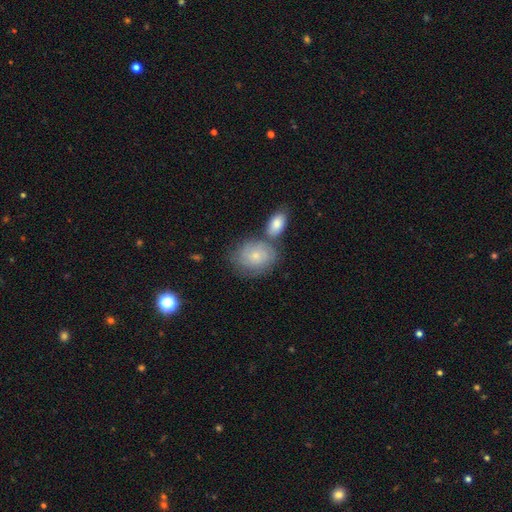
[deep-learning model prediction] smooth 56%, featured or disk 37%, star or artifact 8%. Down the decision tree: how rounded — in between (54%); merging — none (51%).